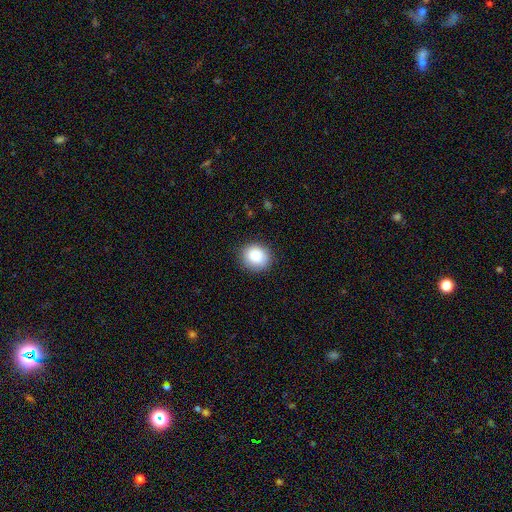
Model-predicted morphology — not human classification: The model was most divided on "how rounded": round: 76%, in between: 24%, cigar-shaped: 1%. More confident: merging — none (88%); smooth or featured — smooth (87%).